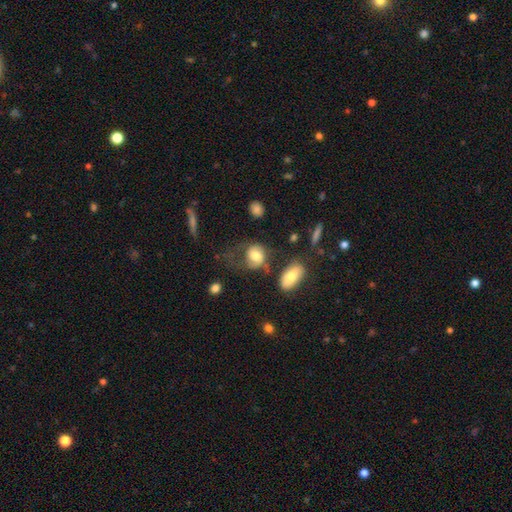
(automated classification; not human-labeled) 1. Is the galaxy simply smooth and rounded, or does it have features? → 57% smooth, 35% featured or disk, 8% star or artifact.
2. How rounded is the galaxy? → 49% round (tied), 49% in between (tied), 1% cigar-shaped.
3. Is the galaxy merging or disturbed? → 34% none (tied), 34% major disturbance (tied), 22% minor disturbance, 9% merger.